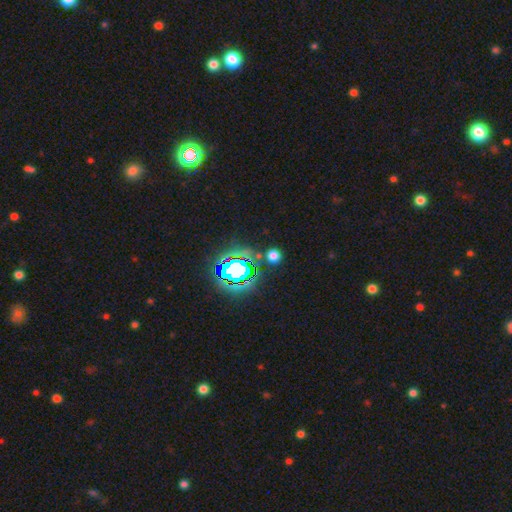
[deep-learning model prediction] Smooth or featured: star or artifact — 69% (smooth — 20%)